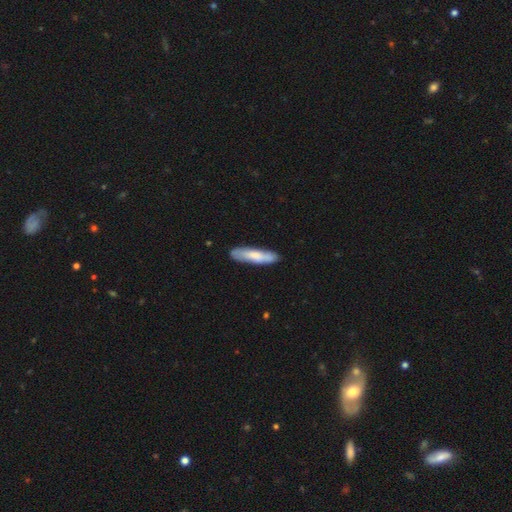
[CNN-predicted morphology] Q: Smooth or featured?
A: smooth (72%); runner-up: featured or disk (23%)
Q: How rounded?
A: cigar-shaped (79%); runner-up: in between (20%)
Q: Merging?
A: none (84%); runner-up: minor disturbance (13%)